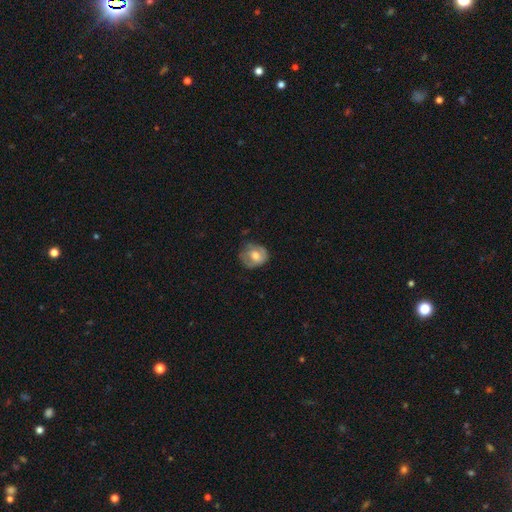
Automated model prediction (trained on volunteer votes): smooth 58%, featured or disk 35%, star or artifact 8%. Down the decision tree: how rounded — round (65%); merging — none (59%).